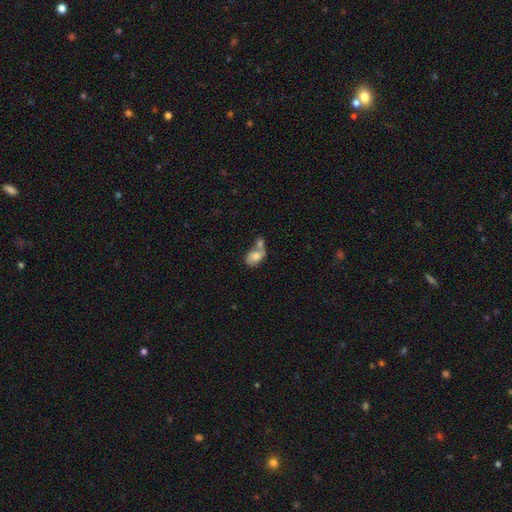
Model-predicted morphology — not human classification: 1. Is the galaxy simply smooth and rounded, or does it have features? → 72% smooth, 20% featured or disk, 8% star or artifact.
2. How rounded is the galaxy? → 83% in between, 15% round, 2% cigar-shaped.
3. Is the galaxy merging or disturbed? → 59% merger, 22% none, 12% minor disturbance, 7% major disturbance.